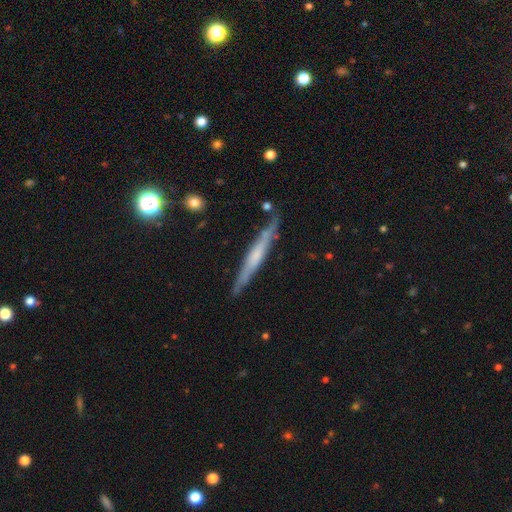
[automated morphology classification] A featured or disk galaxy (59%) viewed edge-on (94%) with no central bulge (49%). Merging: none (82%).